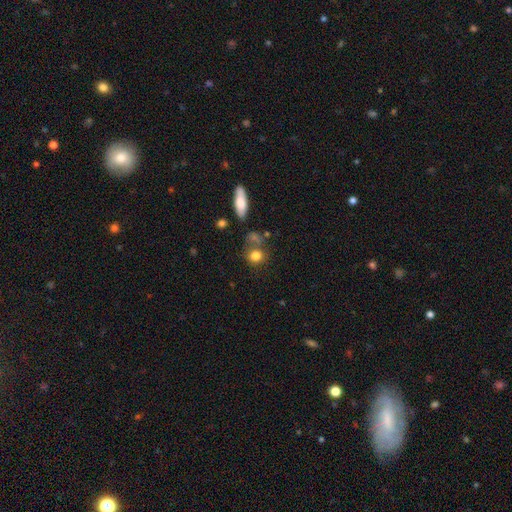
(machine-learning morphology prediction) This is clearly a smooth galaxy (81%). How rounded: likely round (66%). Merging: possibly none (54%).